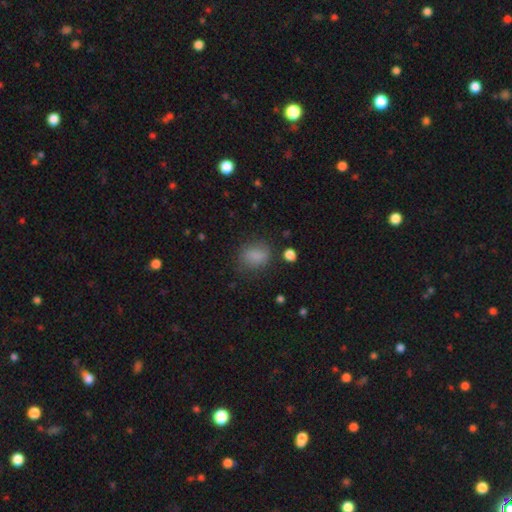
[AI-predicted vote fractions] Morphology: type=smooth (82%); roundness=in between (63%); merging=none (70%).